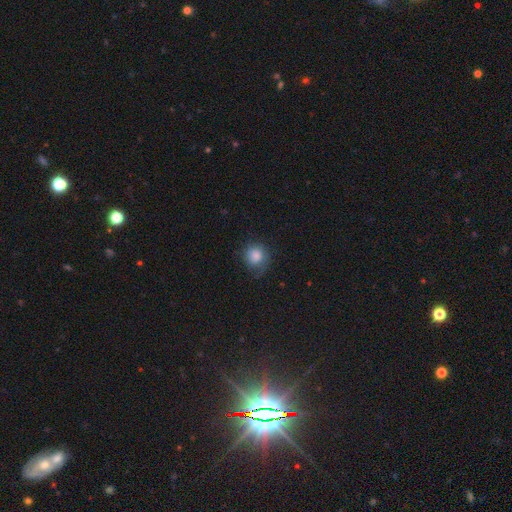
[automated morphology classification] Overall: smooth (80%). How rounded: round (82%). Merging: none (59%; minor disturbance 27%).